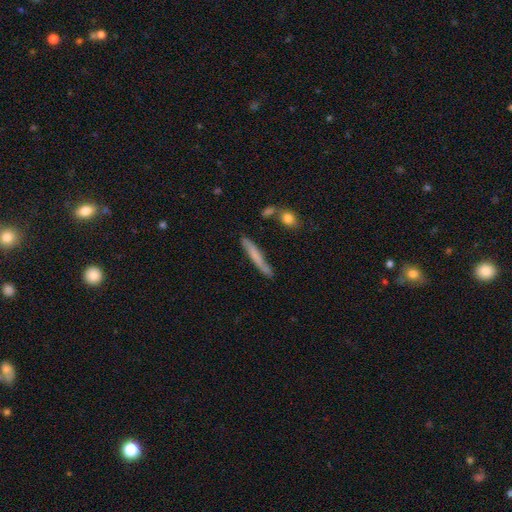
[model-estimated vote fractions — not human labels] smooth_or_featured: smooth (p=0.61) [alt: featured or disk p=0.32]
how_rounded: cigar-shaped (p=0.94) [alt: in between p=0.04]
merging: none (p=0.76) [alt: minor disturbance p=0.16]